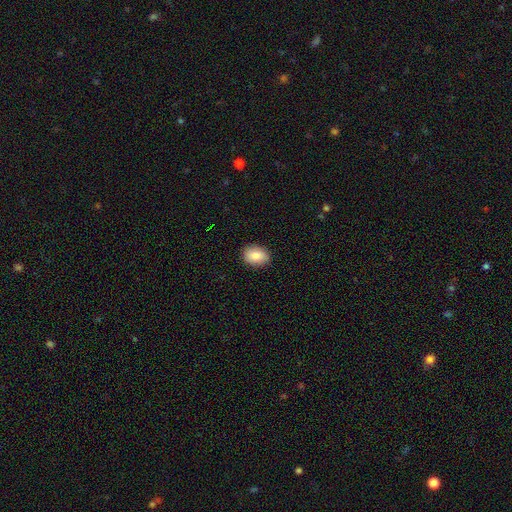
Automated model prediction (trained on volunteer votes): Smooth or featured? Predicted: smooth (p=0.85). How rounded? Predicted: in between (p=0.74). Merging? Predicted: none (p=0.88).